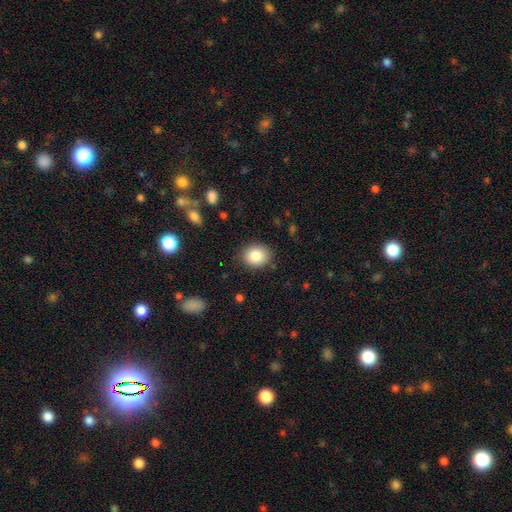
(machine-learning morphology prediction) smooth 84%, star or artifact 9%, featured or disk 7%. Down the decision tree: how rounded — round (66%); merging — none (87%).